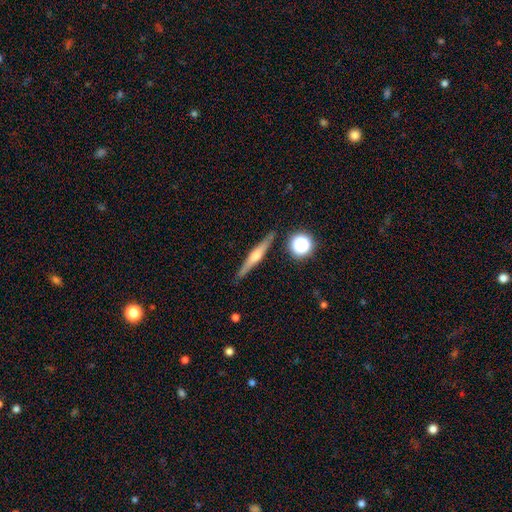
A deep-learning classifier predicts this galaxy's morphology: smooth_or_featured: featured or disk (p=0.68) [alt: smooth p=0.24]
disk_edge_on: yes (p=0.98) [alt: no p=0.02]
edge_on_bulge: rounded (p=0.83) [alt: boxy p=0.10]
merging: none (p=0.90) [alt: minor disturbance p=0.07]